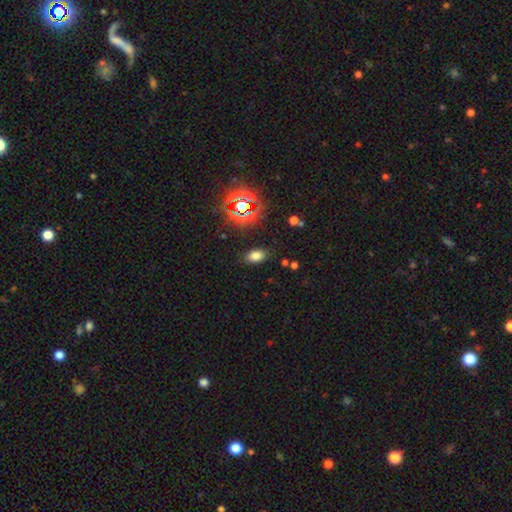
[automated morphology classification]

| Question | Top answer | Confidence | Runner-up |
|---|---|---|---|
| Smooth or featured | smooth | 71% | star or artifact (22%) |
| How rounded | in between | 89% | round (9%) |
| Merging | none | 85% | minor disturbance (10%) |